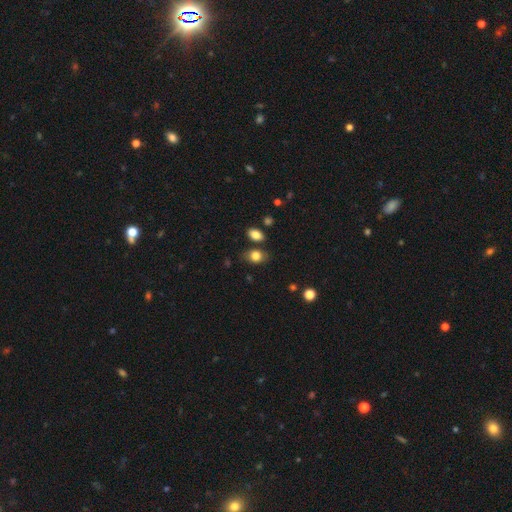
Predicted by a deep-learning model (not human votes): Smooth or featured?
  - smooth: 83% *
  - star or artifact: 10%
  - featured or disk: 7%
How rounded?
  - in between: 70% *
  - round: 28%
  - cigar-shaped: 1%
Merging?
  - none: 72% *
  - minor disturbance: 16%
  - merger: 7%
  - major disturbance: 4%